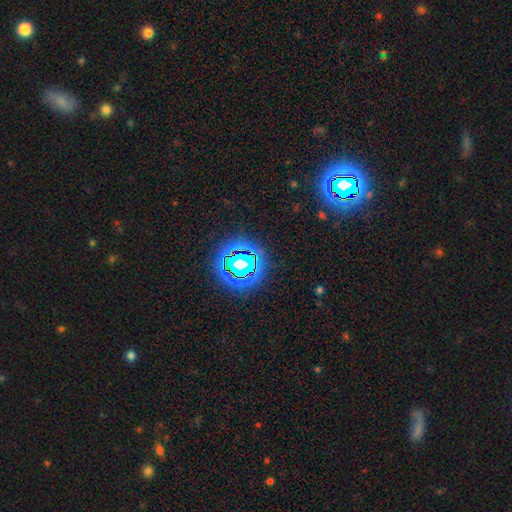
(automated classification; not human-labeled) Smooth or featured?
  - star or artifact: 81% *
  - smooth: 12%
  - featured or disk: 6%